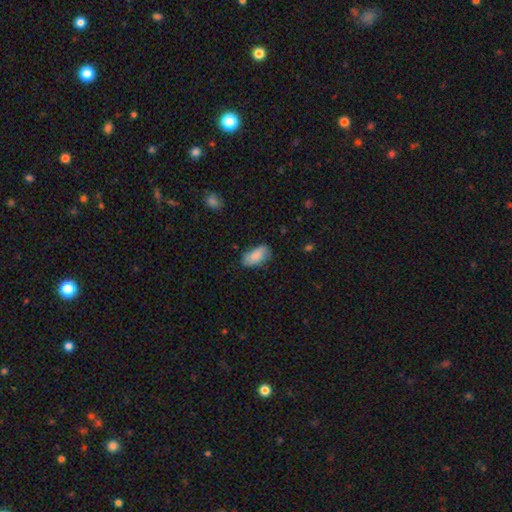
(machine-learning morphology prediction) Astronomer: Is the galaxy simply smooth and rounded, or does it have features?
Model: smooth — 83%.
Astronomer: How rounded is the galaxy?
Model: in between — 92%.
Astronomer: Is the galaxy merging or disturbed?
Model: none — 67%.